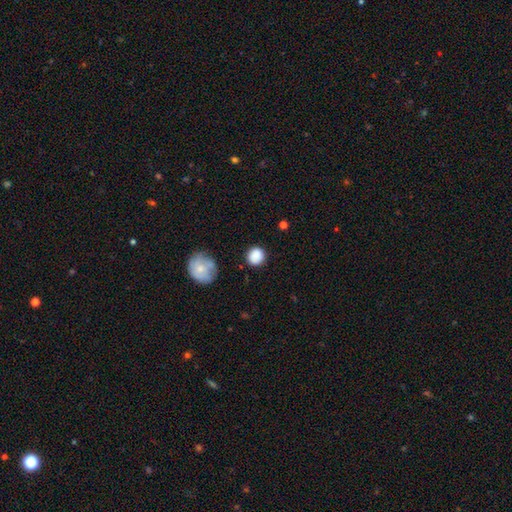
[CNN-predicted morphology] The model was most divided on "merging": none: 82%, minor disturbance: 12%, major disturbance: 4%, merger: 2%. More confident: how rounded — round (89%); smooth or featured — smooth (86%).